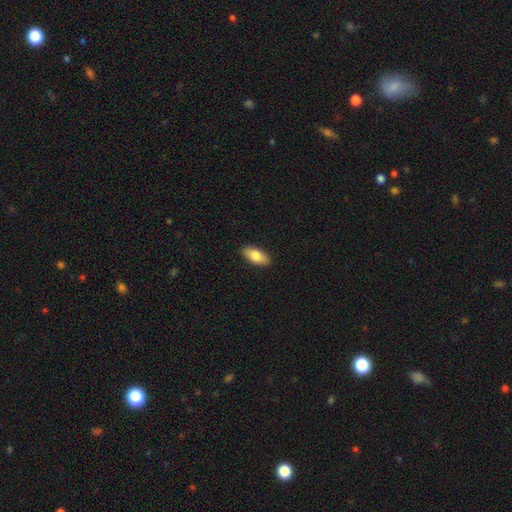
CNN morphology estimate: Q: Smooth or featured?
A: smooth (82%); runner-up: featured or disk (13%)
Q: How rounded?
A: in between (89%); runner-up: cigar-shaped (9%)
Q: Merging?
A: none (90%); runner-up: minor disturbance (8%)